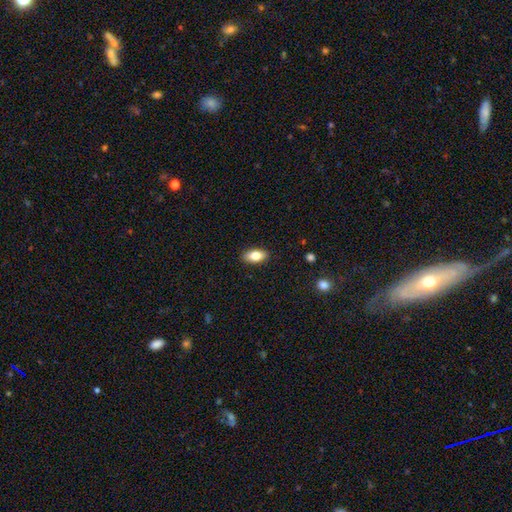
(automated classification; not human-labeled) The model was most divided on "smooth or featured": smooth: 80%, featured or disk: 13%, star or artifact: 7%. More confident: how rounded — in between (90%); merging — none (90%).